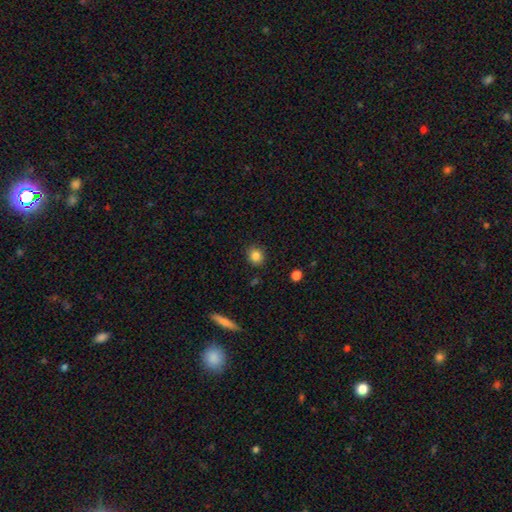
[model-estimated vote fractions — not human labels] Smooth or featured? smooth (84%)
How rounded? round (79%)
Merging? none (88%)